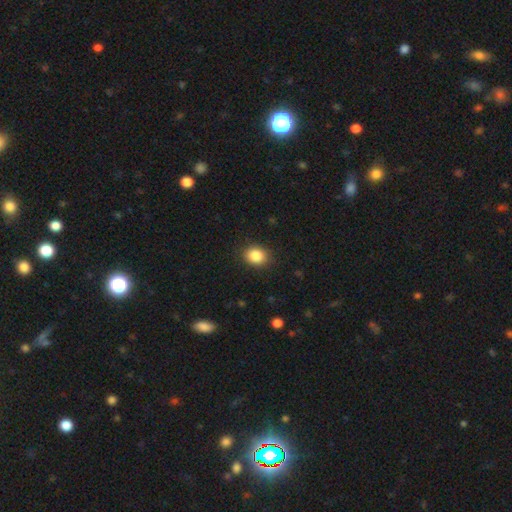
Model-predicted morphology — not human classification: Smooth or featured? smooth (86%)
How rounded? round (58%)
Merging? none (88%)